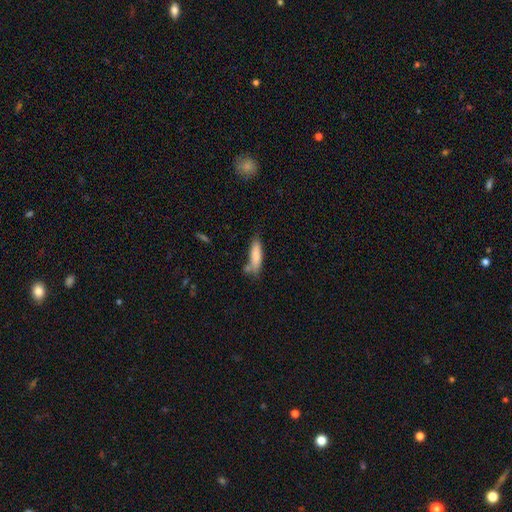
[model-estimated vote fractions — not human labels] Smooth or featured? smooth (82%)
How rounded? cigar-shaped (58%)
Merging? none (59%)